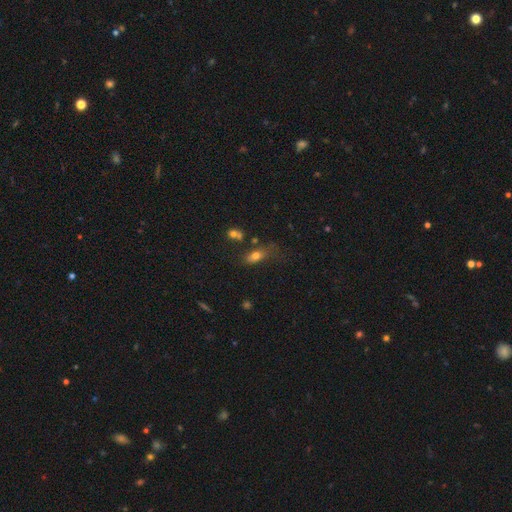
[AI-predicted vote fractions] A smooth galaxy with no disk features (73%) that is in between round and cigar-shaped (77%).

Vote fractions:
- Smooth or featured? smooth: 73% / featured or disk: 16% / star or artifact: 11%
- How rounded? in between: 77% / cigar-shaped: 13% / round: 9%
- Merging? none: 48% / minor disturbance: 25% / major disturbance: 16% / merger: 11%